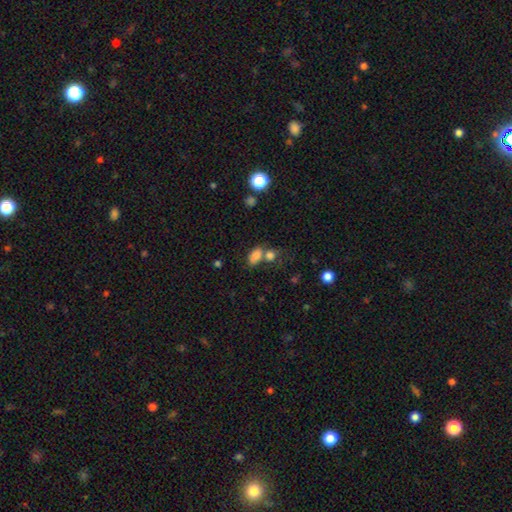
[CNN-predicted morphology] This appears to be a smooth galaxy with no disk features (78%) that is in between round and cigar-shaped (85%). Merging: none (40%).